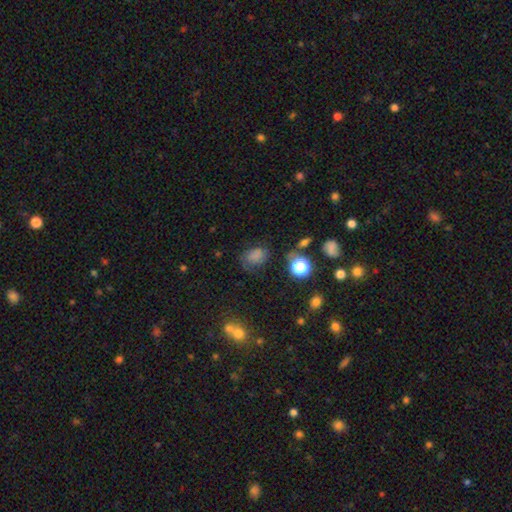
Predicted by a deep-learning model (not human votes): Q: Smooth or featured?
A: smooth (62%); runner-up: star or artifact (21%)
Q: How rounded?
A: in between (61%); runner-up: round (38%)
Q: Merging?
A: none (55%); runner-up: minor disturbance (25%)